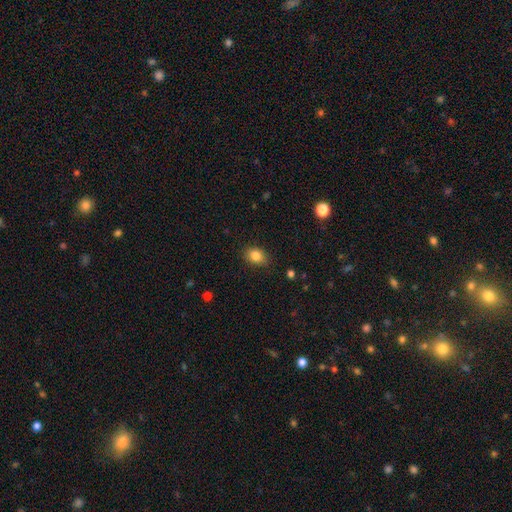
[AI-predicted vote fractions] smooth 84%, star or artifact 10%, featured or disk 7%. Down the decision tree: how rounded — in between (67%); merging — none (84%).